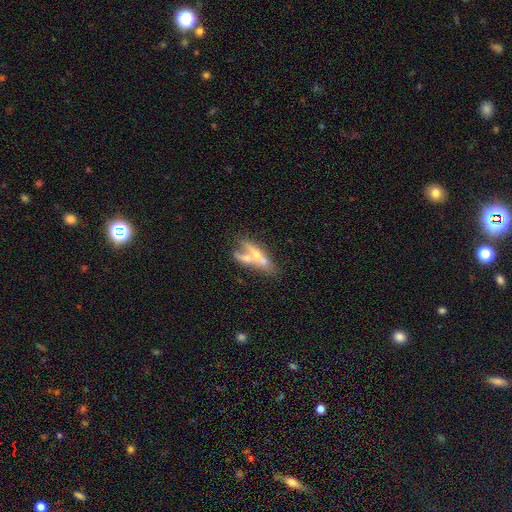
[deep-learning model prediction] Smooth or featured?
  - featured or disk: 49% *
  - smooth: 43%
  - star or artifact: 8%
Merging?
  - merger: 50% *
  - none: 27%
  - minor disturbance: 12%
  - major disturbance: 11%